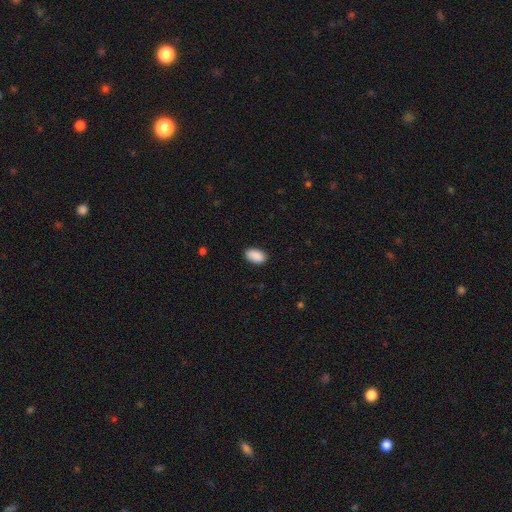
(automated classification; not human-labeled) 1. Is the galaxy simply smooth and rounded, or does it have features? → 90% smooth, 7% star or artifact, 3% featured or disk.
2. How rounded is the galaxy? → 93% in between, 5% round, 1% cigar-shaped.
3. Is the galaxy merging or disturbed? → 87% none, 10% minor disturbance, 2% major disturbance, 1% merger.